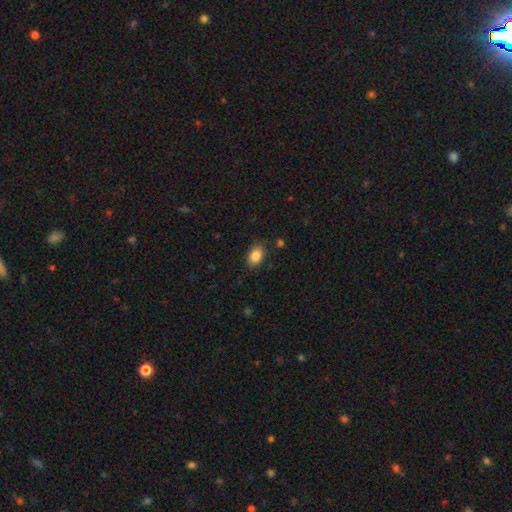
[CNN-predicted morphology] This appears to be a smooth galaxy with no disk features (86%) that is in between round and cigar-shaped (85%). Merging: none (83%).